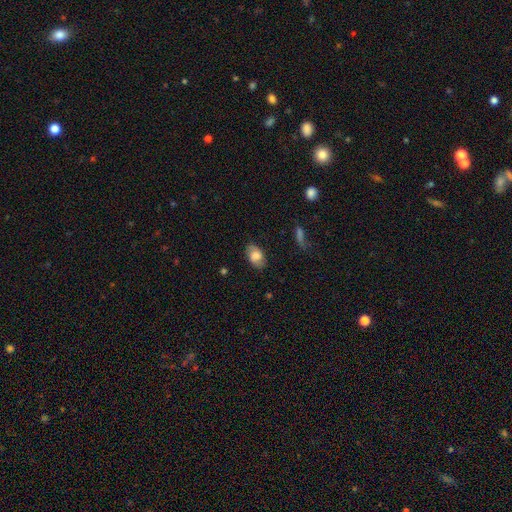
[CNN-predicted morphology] This is likely a smooth galaxy (64%). How rounded: clearly in between (91%). Merging: clearly none (80%).